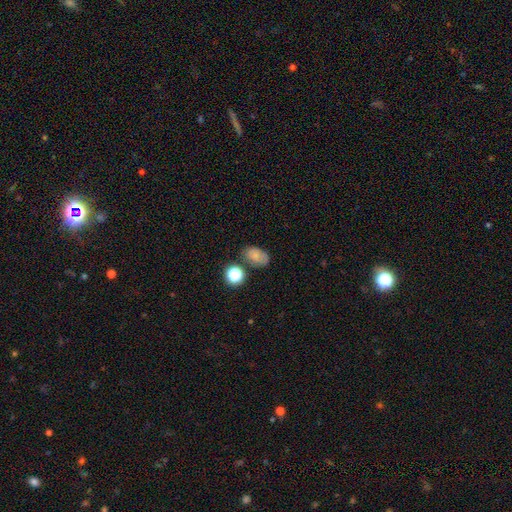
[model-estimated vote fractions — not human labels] smooth_or_featured: smooth (p=0.73) [alt: featured or disk p=0.14]
how_rounded: in between (p=0.82) [alt: round p=0.17]
merging: none (p=0.67) [alt: minor disturbance p=0.18]